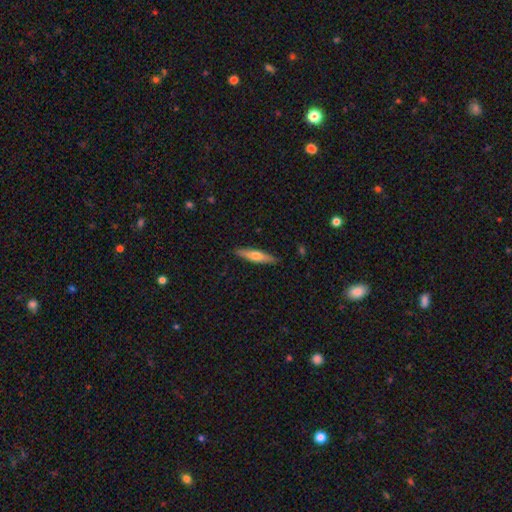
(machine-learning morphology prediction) type=smooth (54%); roundness=cigar-shaped (80%); merging=none (89%).